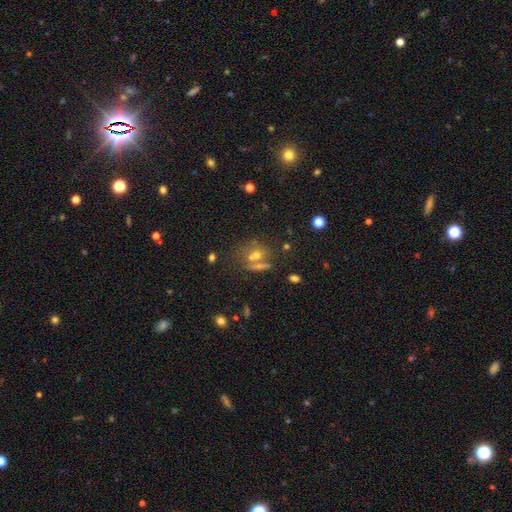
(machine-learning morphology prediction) This is possibly a smooth galaxy (47%). Merging: possibly none (57%).